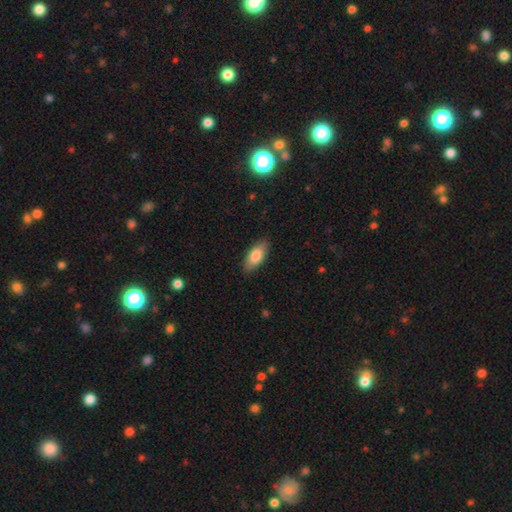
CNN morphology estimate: This appears to be a smooth galaxy with no disk features (81%) that is in between round and cigar-shaped (87%). Merging: none (86%).